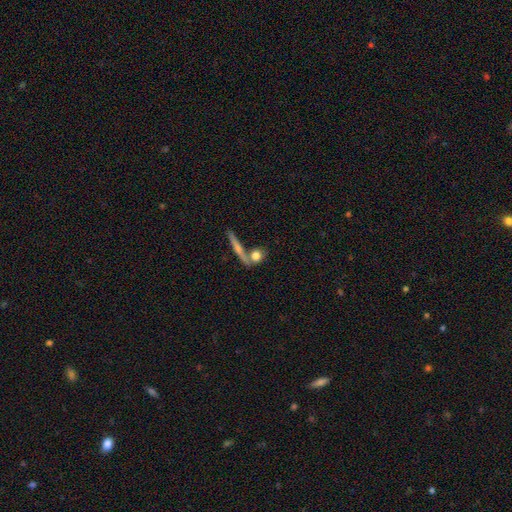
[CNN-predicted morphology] smooth 69%, featured or disk 22%, star or artifact 9%. Down the decision tree: how rounded — round (57%); merging — none (57%).